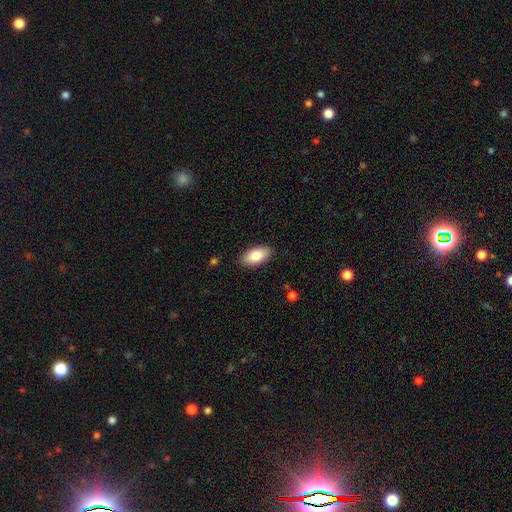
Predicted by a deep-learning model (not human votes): A smooth galaxy with no disk features (82%) that is in between round and cigar-shaped (93%).

Vote fractions:
- Smooth or featured? smooth: 82% / featured or disk: 11% / star or artifact: 6%
- How rounded? in between: 93% / cigar-shaped: 4% / round: 3%
- Merging? none: 88% / minor disturbance: 9% / major disturbance: 2% / merger: 1%